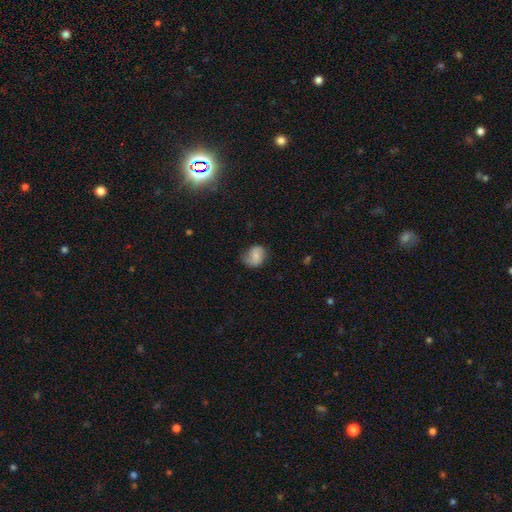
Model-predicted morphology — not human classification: Smooth or featured? smooth (67%)
How rounded? round (54%)
Merging? none (55%)